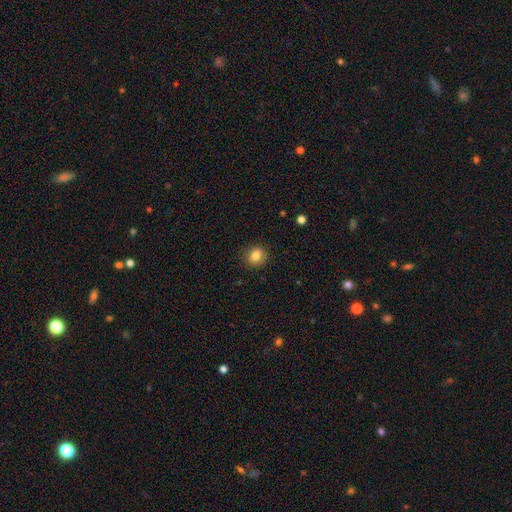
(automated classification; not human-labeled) Smooth or featured? Predicted: smooth (p=0.84). How rounded? Predicted: round (p=0.78). Merging? Predicted: none (p=0.89).